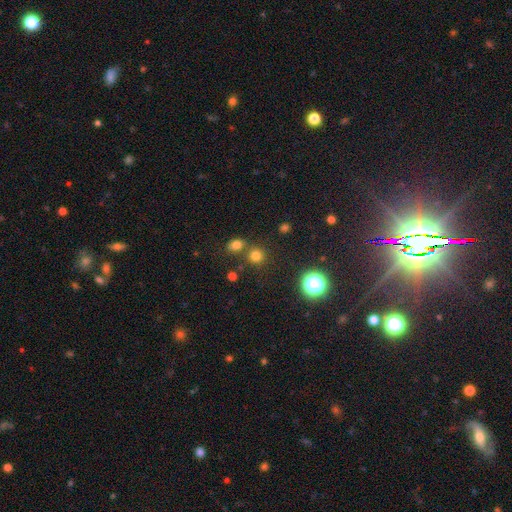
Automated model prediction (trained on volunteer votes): A smooth galaxy with no disk features (73%) that is round (89%).

Vote fractions:
- Smooth or featured? smooth: 73% / star or artifact: 21% / featured or disk: 6%
- How rounded? round: 89% / in between: 10% / cigar-shaped: 1%
- Merging? none: 74% / merger: 15% / minor disturbance: 7% / major disturbance: 3%